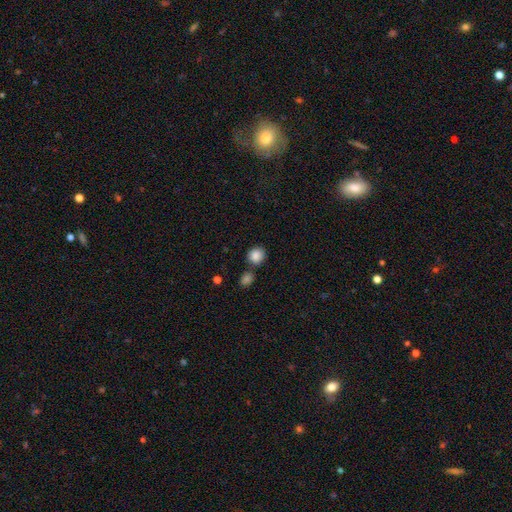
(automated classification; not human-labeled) Overall: smooth (87%). How rounded: round (79%). Merging: none (66%).